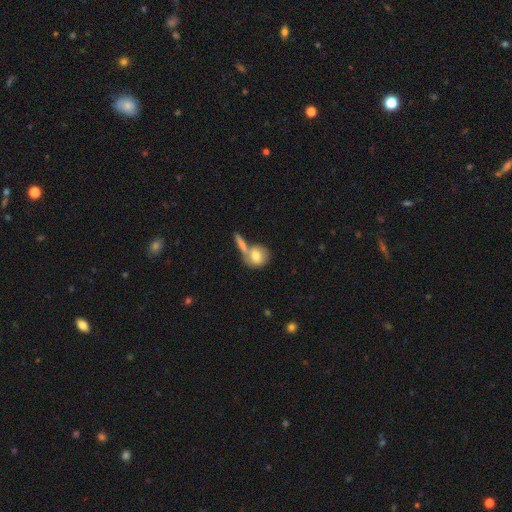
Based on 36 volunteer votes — Morphology: type=smooth (78%); roundness=round (79%); merging=none (58%).